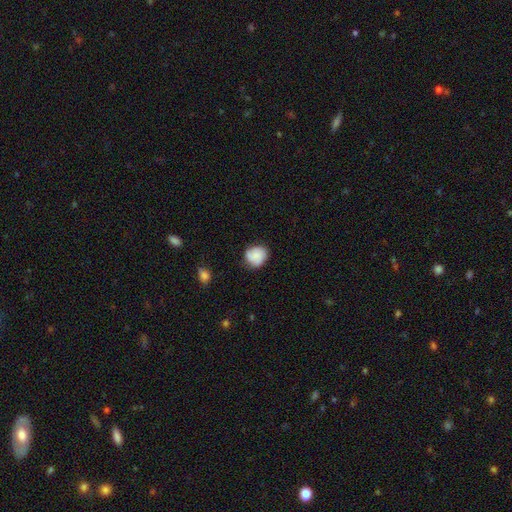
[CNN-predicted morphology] Smooth or featured? smooth (78%)
How rounded? round (73%)
Merging? none (71%)